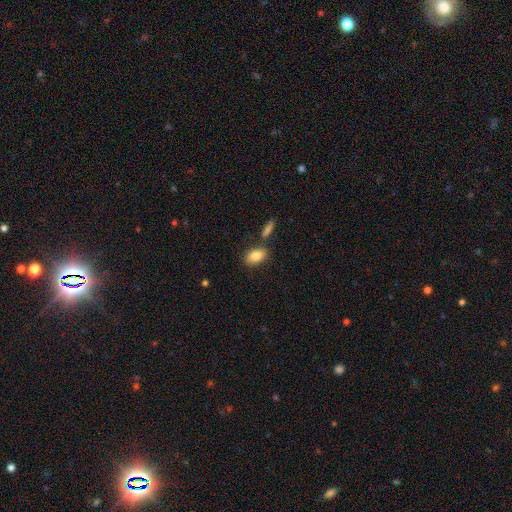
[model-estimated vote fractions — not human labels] smooth-or-featured: smooth: 84% | featured or disk: 8% | star or artifact: 7%
  how-rounded: in between: 89% | round: 7% | cigar-shaped: 3%
  merging: none: 75% | minor disturbance: 11% | merger: 10% | major disturbance: 3%